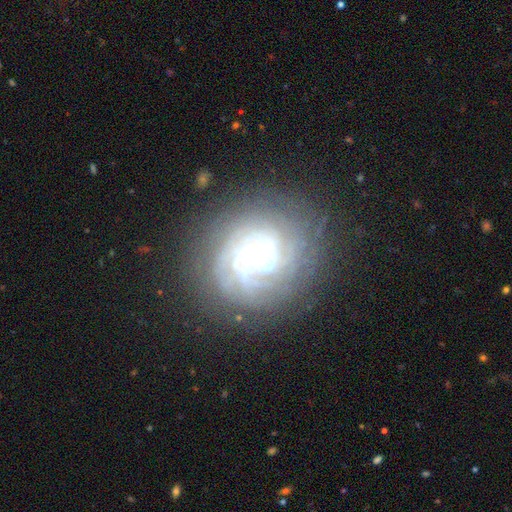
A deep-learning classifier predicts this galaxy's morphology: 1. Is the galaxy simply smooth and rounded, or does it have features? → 78% featured or disk, 12% smooth, 10% star or artifact.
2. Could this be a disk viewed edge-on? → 97% no, 3% yes.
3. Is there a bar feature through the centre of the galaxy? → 74% no, 19% weak, 7% strong.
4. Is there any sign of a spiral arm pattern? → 92% yes, 8% no.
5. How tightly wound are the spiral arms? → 79% tight, 16% medium, 5% loose.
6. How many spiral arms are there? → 35% can't tell, 17% more than 4, 16% 4, 14% 3, 11% 2, 7% 1.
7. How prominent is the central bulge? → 74% small, 16% moderate, 5% none, 3% large, 2% dominant.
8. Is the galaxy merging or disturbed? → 75% none, 15% minor disturbance, 8% major disturbance, 3% merger.